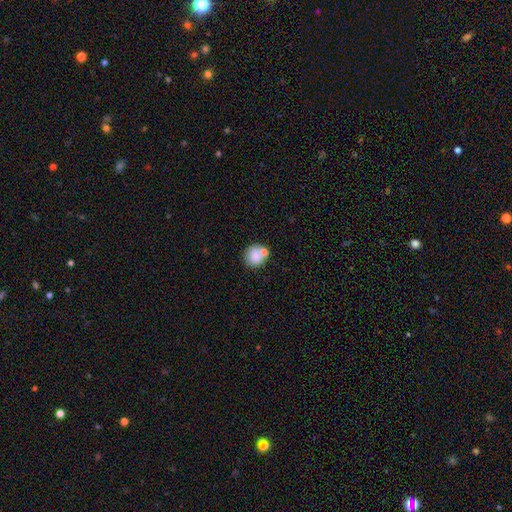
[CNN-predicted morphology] smooth_or_featured: smooth (p=0.79) [alt: featured or disk p=0.13]
how_rounded: round (p=0.83) [alt: in between p=0.16]
merging: none (p=0.58) [alt: merger p=0.24]